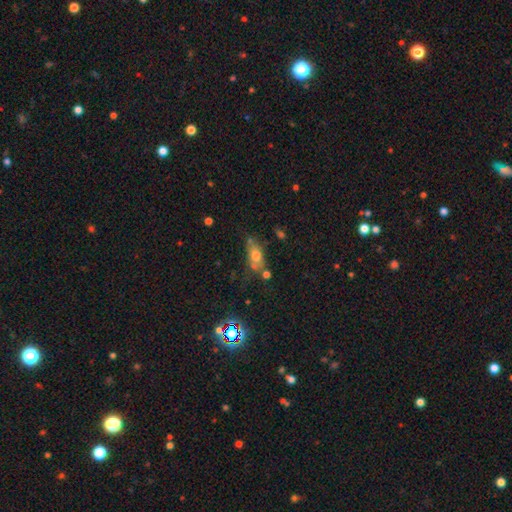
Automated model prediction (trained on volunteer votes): A smooth galaxy with no disk features (59%) that is in between round and cigar-shaped (75%). Merging: none (53%).